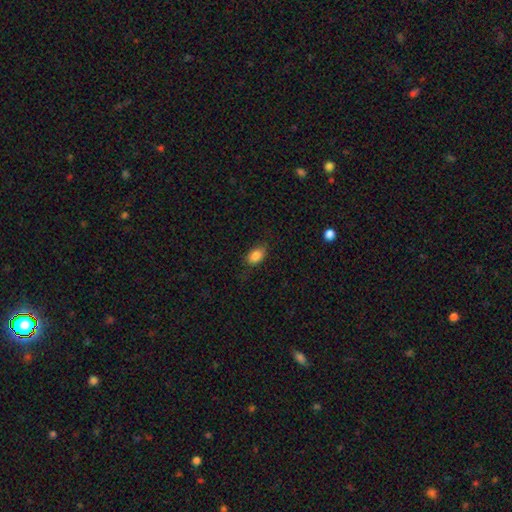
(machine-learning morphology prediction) Smooth or featured? Predicted: smooth (p=0.86). How rounded? Predicted: in between (p=0.89). Merging? Predicted: none (p=0.81).